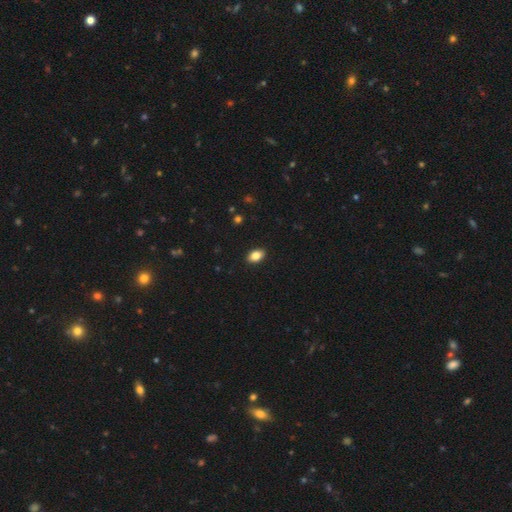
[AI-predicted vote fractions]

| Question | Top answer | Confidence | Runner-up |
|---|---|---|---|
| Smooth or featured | smooth | 84% | star or artifact (8%) |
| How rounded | in between | 86% | round (12%) |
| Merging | none | 90% | minor disturbance (7%) |